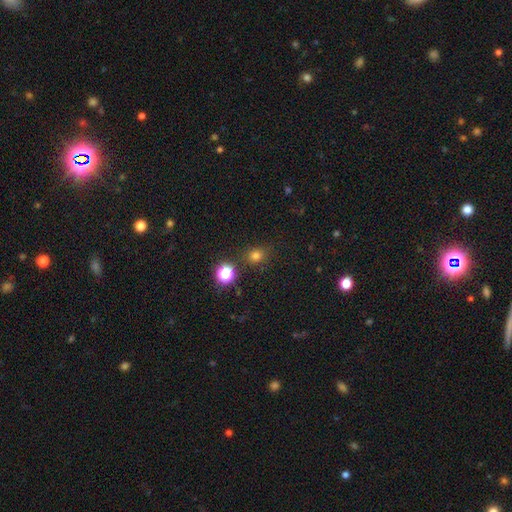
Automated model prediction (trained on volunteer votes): Q: Smooth or featured?
A: smooth (73%); runner-up: star or artifact (21%)
Q: How rounded?
A: round (75%); runner-up: in between (24%)
Q: Merging?
A: none (81%); runner-up: minor disturbance (11%)